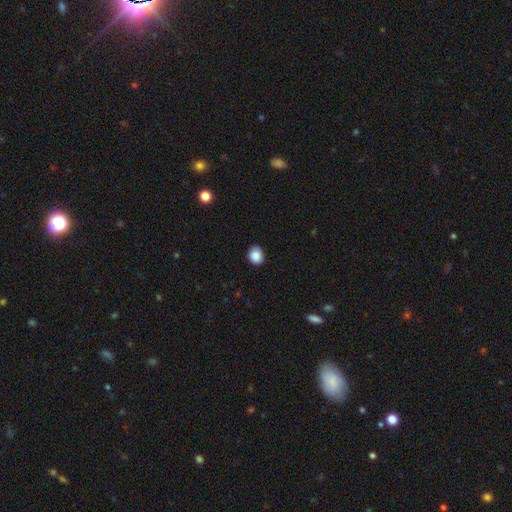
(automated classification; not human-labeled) Morphology: type=smooth (88%); roundness=round (65%); merging=none (87%).